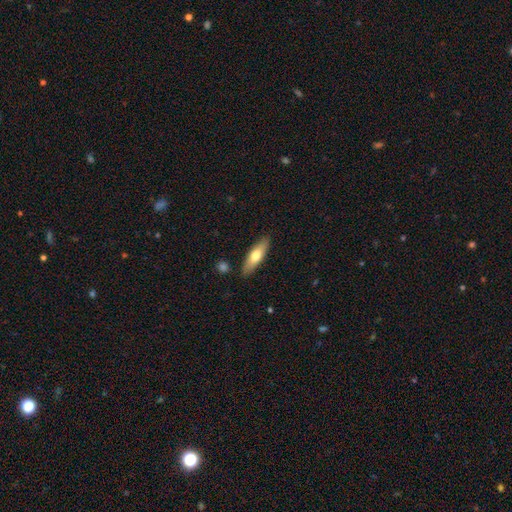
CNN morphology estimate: Smooth or featured? smooth (63%)
How rounded? cigar-shaped (54%)
Merging? none (87%)